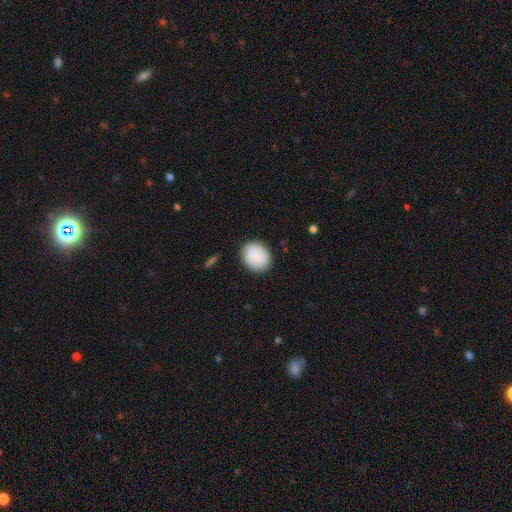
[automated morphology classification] Smooth or featured? smooth (83%)
How rounded? round (62%)
Merging? none (84%)